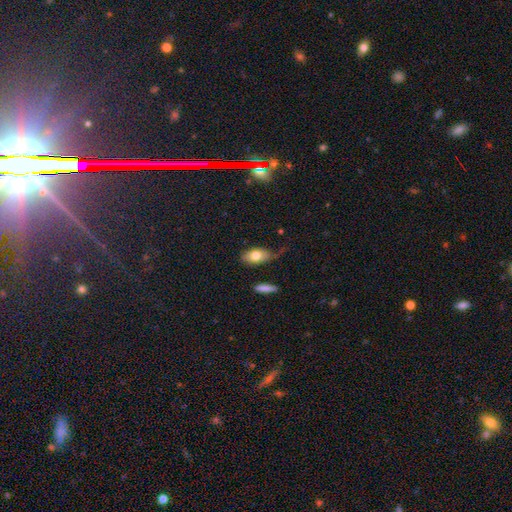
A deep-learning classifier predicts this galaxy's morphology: This is likely a smooth galaxy (77%). How rounded: clearly in between (89%). Merging: possibly none (52%).